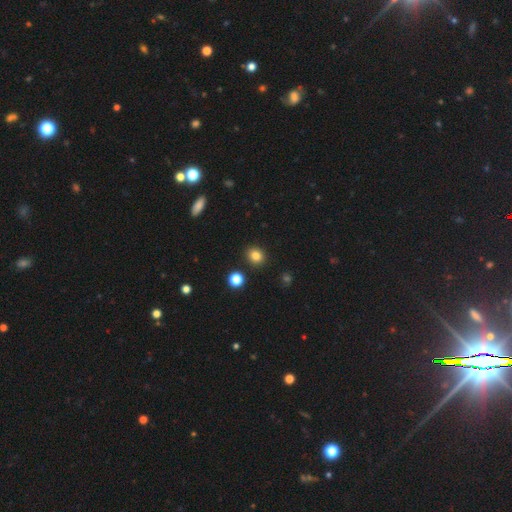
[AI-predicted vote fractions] Smooth or featured?
  - smooth: 82% *
  - star or artifact: 12%
  - featured or disk: 5%
How rounded?
  - round: 73% *
  - in between: 26%
  - cigar-shaped: 1%
Merging?
  - none: 89% *
  - minor disturbance: 7%
  - merger: 3%
  - major disturbance: 2%